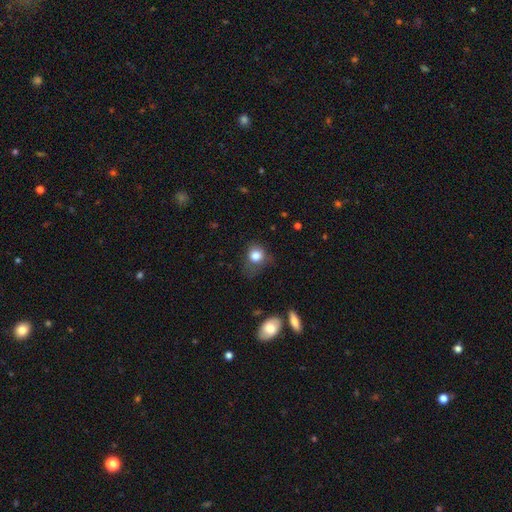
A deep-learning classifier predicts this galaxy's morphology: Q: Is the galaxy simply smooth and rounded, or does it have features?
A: smooth — 80%.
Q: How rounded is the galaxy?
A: round — 70%.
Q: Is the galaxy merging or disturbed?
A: none — 47%.